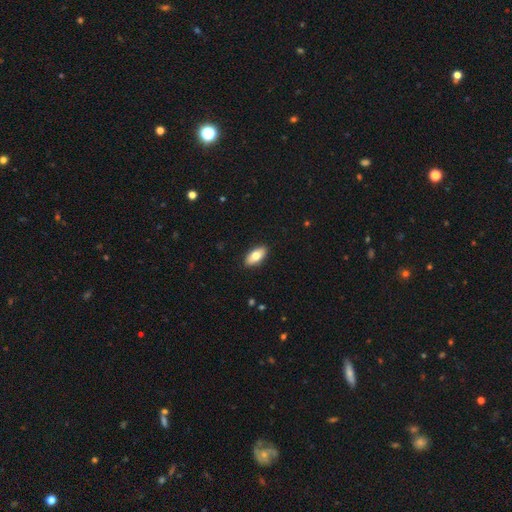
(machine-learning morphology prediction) Smooth or featured?
  - smooth: 75% *
  - featured or disk: 19%
  - star or artifact: 6%
How rounded?
  - in between: 89% *
  - cigar-shaped: 8%
  - round: 3%
Merging?
  - none: 90% *
  - minor disturbance: 7%
  - major disturbance: 2%
  - merger: 1%